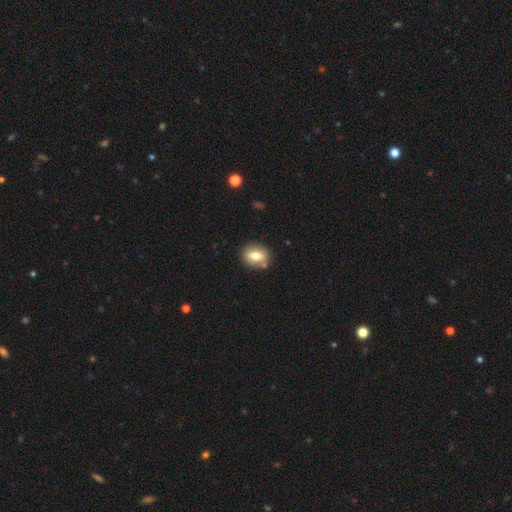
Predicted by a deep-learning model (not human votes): Q: Smooth or featured?
A: smooth (67%); runner-up: featured or disk (24%)
Q: How rounded?
A: in between (63%); runner-up: round (34%)
Q: Merging?
A: none (79%); runner-up: minor disturbance (11%)